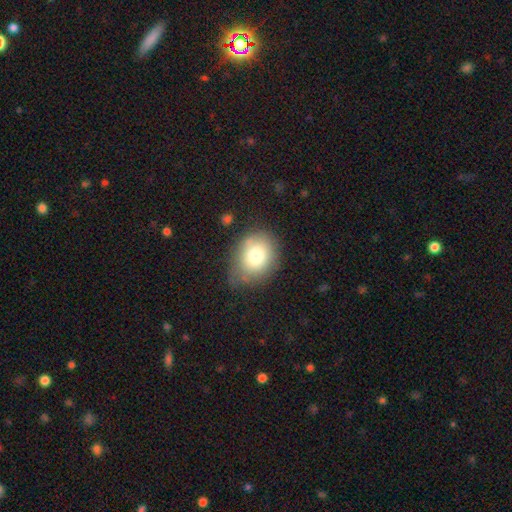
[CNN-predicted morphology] Smooth or featured? Predicted: smooth (p=0.76). How rounded? Predicted: round (p=0.51). Merging? Predicted: none (p=0.63).